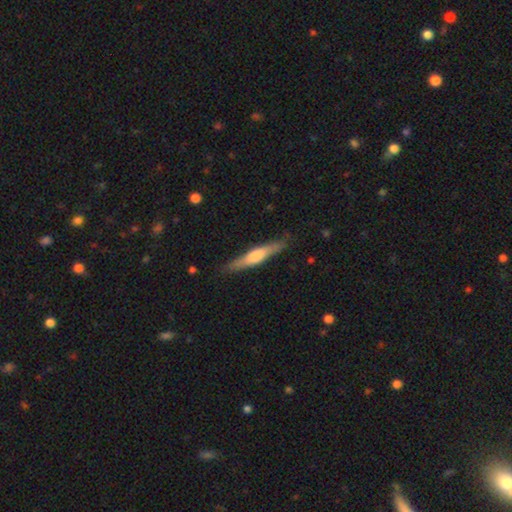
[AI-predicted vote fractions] A smooth galaxy with no disk features (50%).

Vote fractions:
- Smooth or featured? smooth: 50% / featured or disk: 45% / star or artifact: 5%
- Merging? none: 83% / minor disturbance: 13% / major disturbance: 3% / merger: 1%